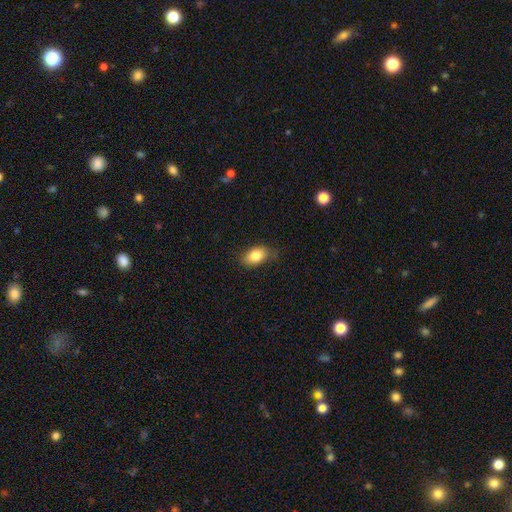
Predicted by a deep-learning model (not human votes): Smooth or featured? Predicted: smooth (p=0.83). How rounded? Predicted: in between (p=0.87). Merging? Predicted: none (p=0.75).